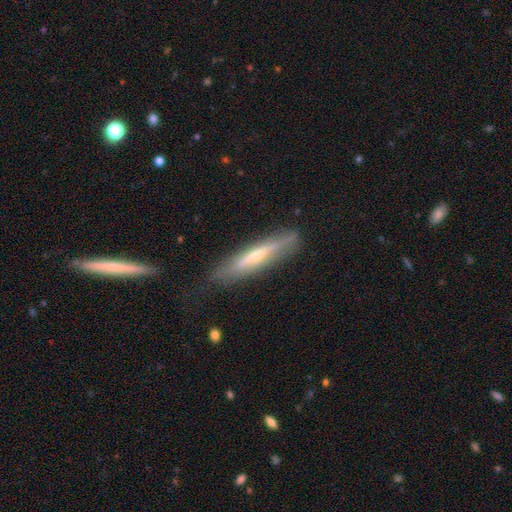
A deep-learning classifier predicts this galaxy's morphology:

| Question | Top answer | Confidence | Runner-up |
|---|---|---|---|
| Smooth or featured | featured or disk | 60% | smooth (33%) |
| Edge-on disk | yes | 89% | no (11%) |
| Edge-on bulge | rounded | 65% | none (27%) |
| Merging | none | 77% | minor disturbance (17%) |